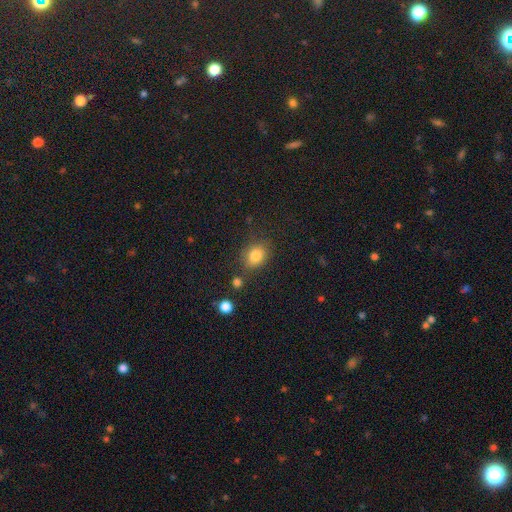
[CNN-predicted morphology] smooth 82%, star or artifact 11%, featured or disk 7%. Down the decision tree: how rounded — in between (51%); merging — none (76%).